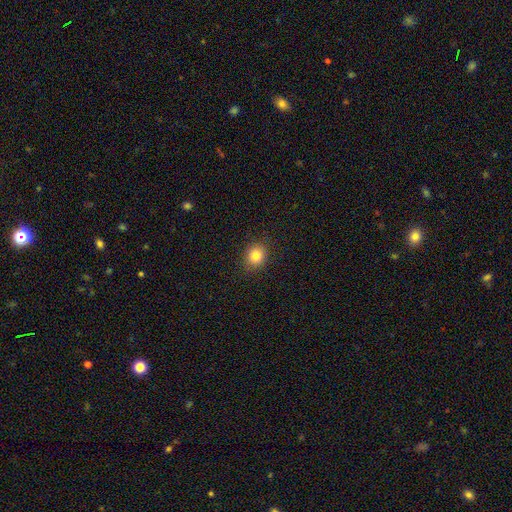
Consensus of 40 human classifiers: Q: Smooth or featured?
A: smooth (82%); runner-up: star or artifact (12%)
Q: How rounded?
A: round (70%); runner-up: in between (30%)
Q: Merging?
A: none (91%); runner-up: minor disturbance (6%)